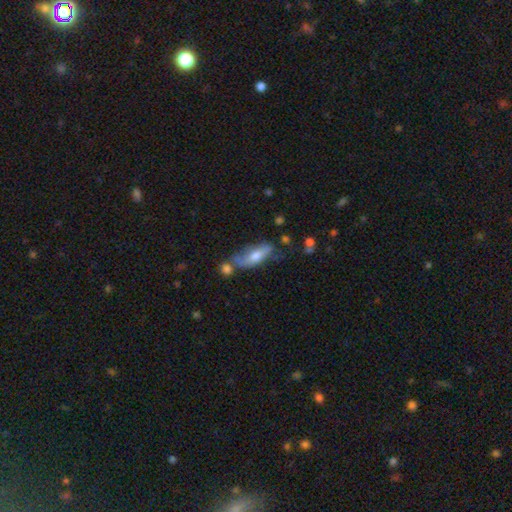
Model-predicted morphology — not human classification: The model was most divided on "smooth or featured": smooth: 53%, featured or disk: 40%, star or artifact: 7%. Remaining: how rounded — in between (66%); merging — none (40%).